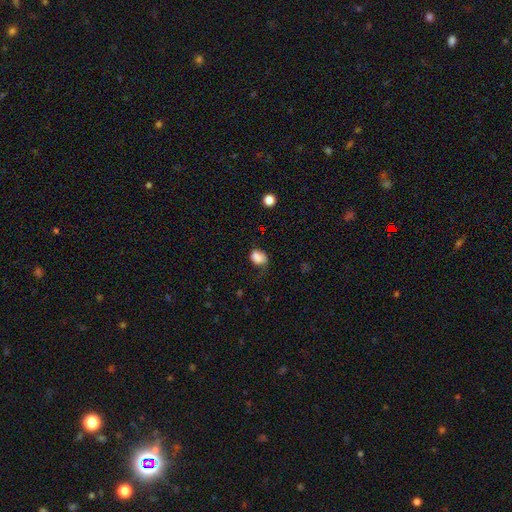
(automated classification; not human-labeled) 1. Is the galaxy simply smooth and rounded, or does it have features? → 83% smooth, 10% star or artifact, 7% featured or disk.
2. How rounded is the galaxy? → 58% in between, 41% round, 1% cigar-shaped.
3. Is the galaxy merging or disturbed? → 52% none, 32% minor disturbance, 12% major disturbance, 4% merger.